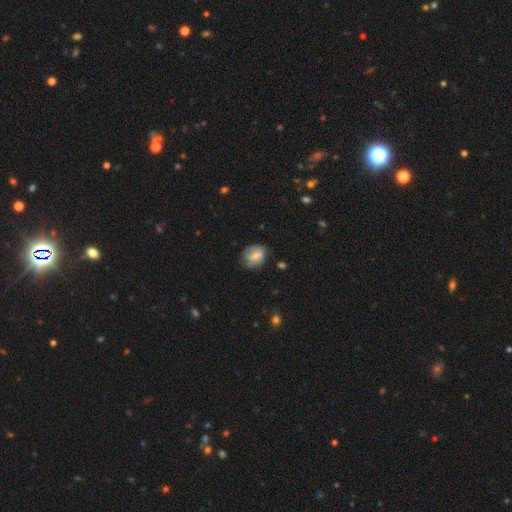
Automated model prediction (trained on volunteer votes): Smooth or featured: smooth — 70% (featured or disk — 22%)
How rounded: round — 55% (in between — 44%)
Merging: none — 65% (minor disturbance — 26%)